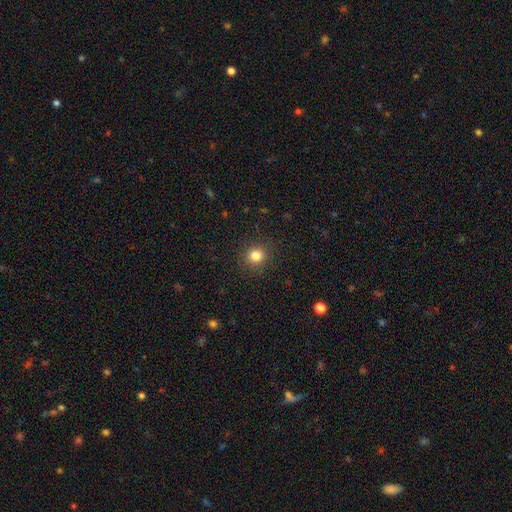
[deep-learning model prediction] This is clearly a smooth galaxy (82%). How rounded: clearly round (89%). Merging: clearly none (89%).